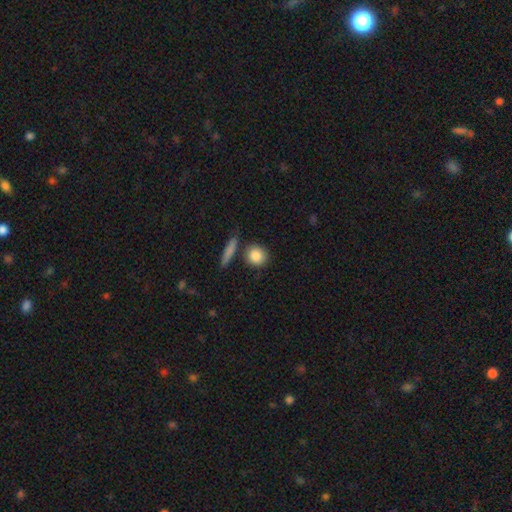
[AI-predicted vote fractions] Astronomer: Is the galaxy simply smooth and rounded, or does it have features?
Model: smooth — 86%.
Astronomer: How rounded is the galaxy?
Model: round — 80%.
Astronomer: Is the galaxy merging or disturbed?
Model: none — 78%.